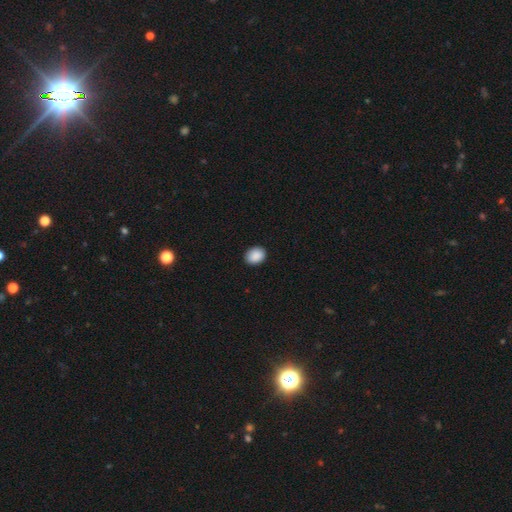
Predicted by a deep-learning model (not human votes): A smooth galaxy with no disk features (90%) that is in between round and cigar-shaped (58%). Merging: none (90%).